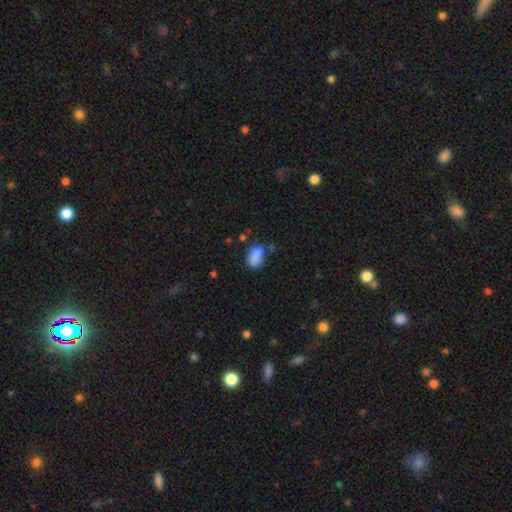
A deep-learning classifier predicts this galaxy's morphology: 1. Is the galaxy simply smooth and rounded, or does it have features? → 82% smooth, 10% star or artifact, 8% featured or disk.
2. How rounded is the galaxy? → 87% in between, 8% round, 5% cigar-shaped.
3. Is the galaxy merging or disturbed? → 56% none, 24% minor disturbance, 12% merger, 8% major disturbance.